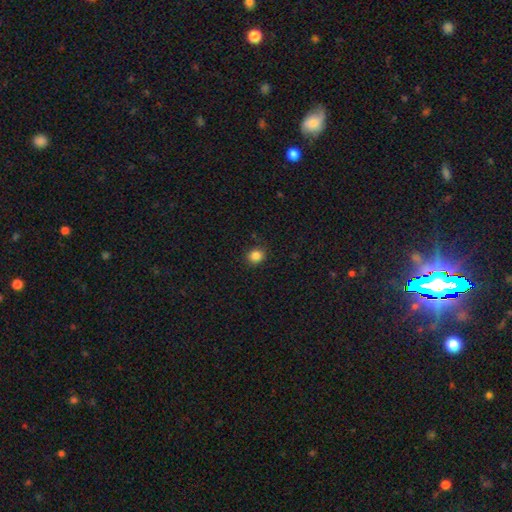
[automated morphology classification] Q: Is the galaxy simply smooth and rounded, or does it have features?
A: smooth — 85%.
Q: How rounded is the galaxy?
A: round — 79%.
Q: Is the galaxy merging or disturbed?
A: none — 88%.